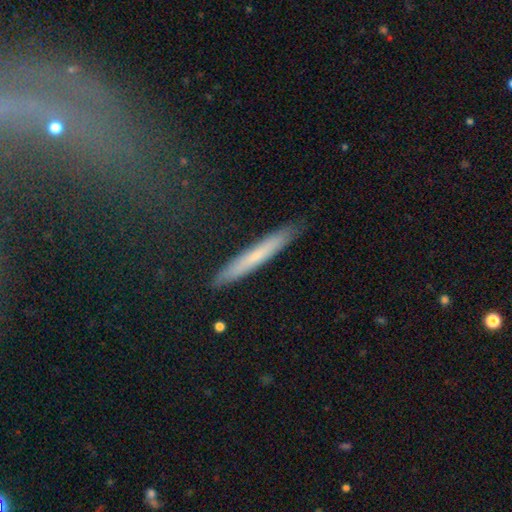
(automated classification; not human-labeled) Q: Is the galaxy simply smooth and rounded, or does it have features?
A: smooth — 60%.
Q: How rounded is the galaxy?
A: cigar-shaped — 96%.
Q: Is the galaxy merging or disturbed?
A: none — 89%.